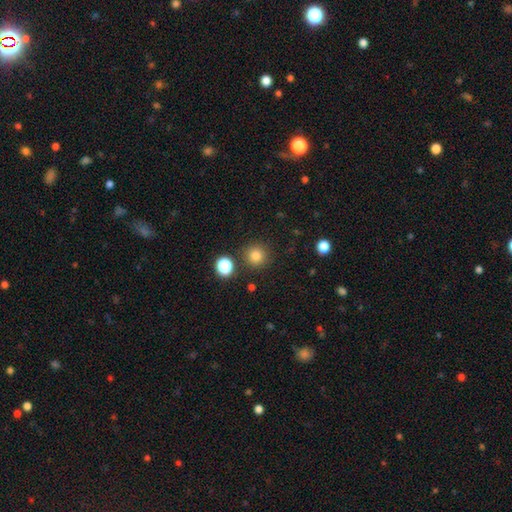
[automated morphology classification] Q: Smooth or featured?
A: smooth (82%); runner-up: star or artifact (13%)
Q: How rounded?
A: round (94%); runner-up: in between (5%)
Q: Merging?
A: none (87%); runner-up: minor disturbance (6%)